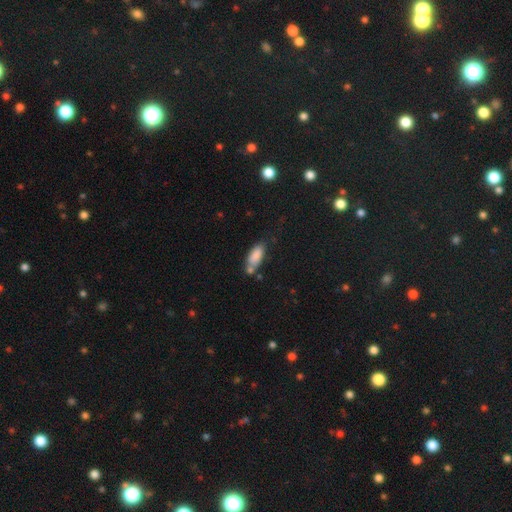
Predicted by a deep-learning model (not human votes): Smooth or featured: smooth — 84% (featured or disk — 9%)
How rounded: in between — 81% (cigar-shaped — 17%)
Merging: none — 50% (merger — 22%)